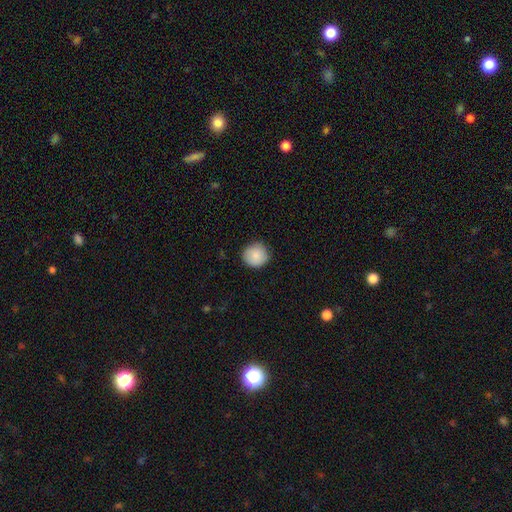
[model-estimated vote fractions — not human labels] Smooth or featured?
  - smooth: 86% *
  - star or artifact: 8%
  - featured or disk: 6%
How rounded?
  - round: 92% *
  - in between: 7%
  - cigar-shaped: 1%
Merging?
  - none: 84% *
  - minor disturbance: 12%
  - major disturbance: 2%
  - merger: 1%